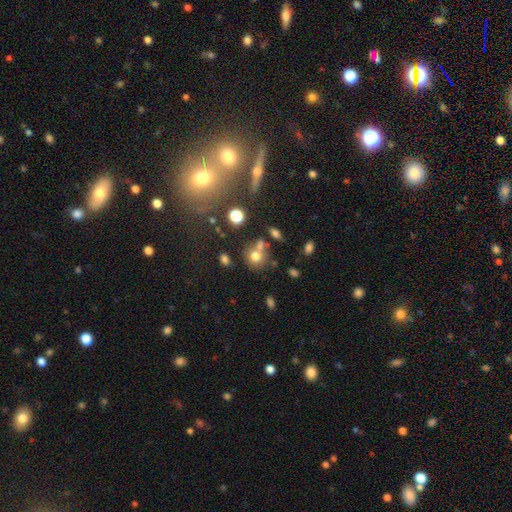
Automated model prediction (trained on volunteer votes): Smooth or featured? smooth (71%)
How rounded? round (78%)
Merging? none (50%)